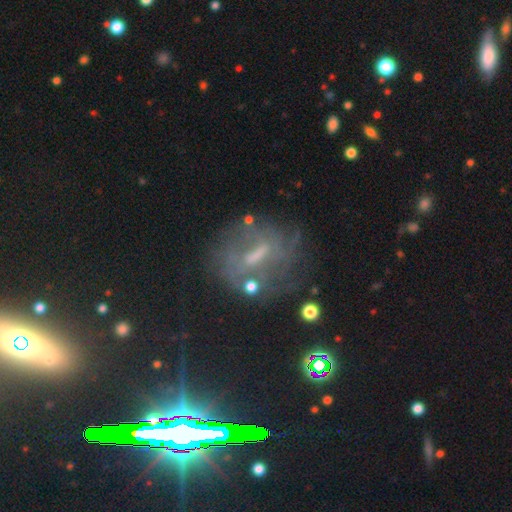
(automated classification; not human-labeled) Smooth or featured: featured or disk — 59% (star or artifact — 22%)
Edge-on disk: no — 88% (yes — 12%)
Bar: weak — 44% (strong — 34%)
Spiral arms: yes — 55% (no — 45%)
Bulge size: moderate — 35% (none — 30%)
Merging: none — 58% (minor disturbance — 19%)